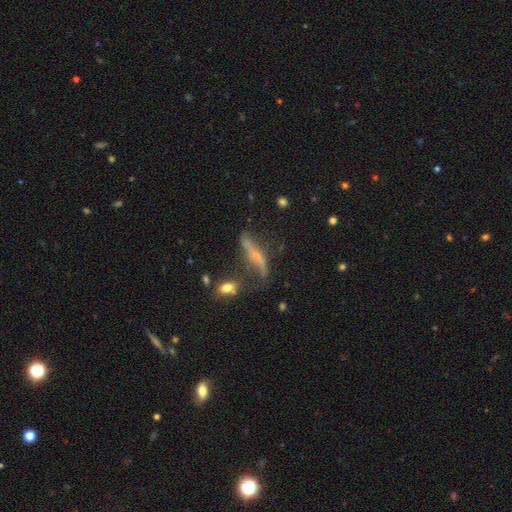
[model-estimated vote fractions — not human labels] This appears to be a featured or disk galaxy (63%) viewed edge-on (67%). Merging: none (49%).